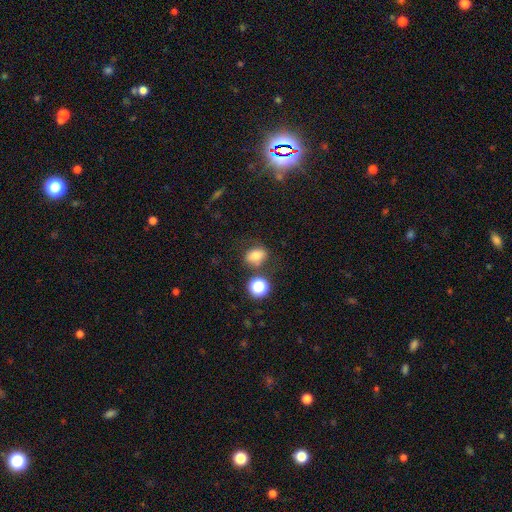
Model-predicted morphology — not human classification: smooth-or-featured: smooth: 71% | star or artifact: 15% | featured or disk: 14%
  how-rounded: in between: 57% | round: 41% | cigar-shaped: 1%
  merging: none: 63% | minor disturbance: 18% | merger: 12% | major disturbance: 7%